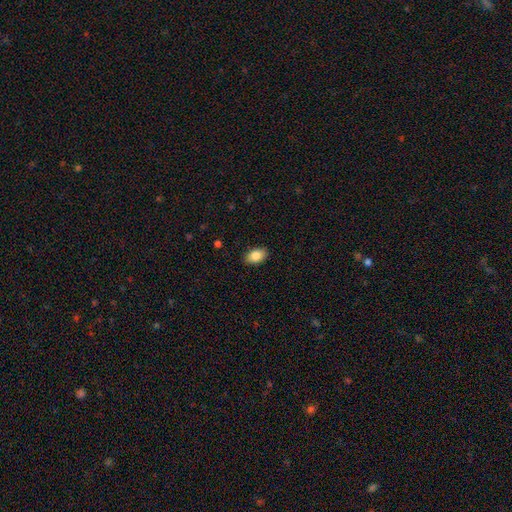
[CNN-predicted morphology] A smooth galaxy with no disk features (85%) that is in between round and cigar-shaped (89%). Merging: none (89%).